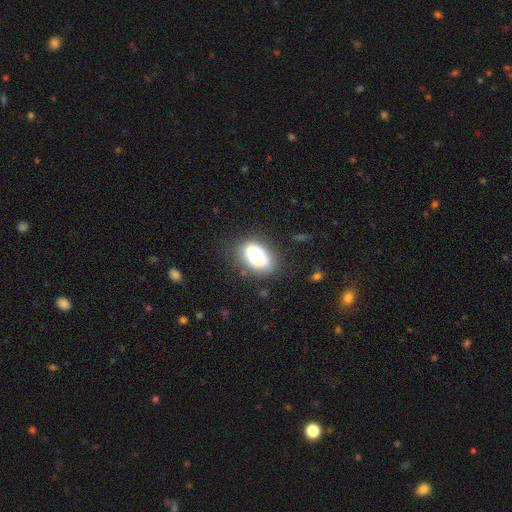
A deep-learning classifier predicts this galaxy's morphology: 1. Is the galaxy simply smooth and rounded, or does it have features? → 77% smooth, 15% featured or disk, 8% star or artifact.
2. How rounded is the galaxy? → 89% in between, 9% round, 2% cigar-shaped.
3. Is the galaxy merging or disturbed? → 71% none, 20% minor disturbance, 7% major disturbance, 3% merger.